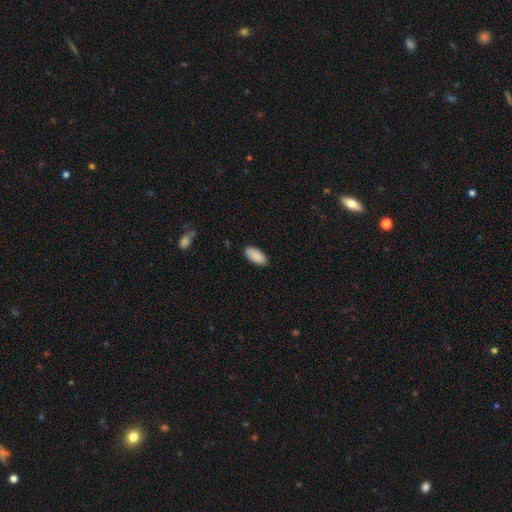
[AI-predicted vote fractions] A smooth galaxy with no disk features (90%) that is in between round and cigar-shaped (93%).

Vote fractions:
- Smooth or featured? smooth: 90% / star or artifact: 6% / featured or disk: 4%
- How rounded? in between: 93% / cigar-shaped: 5% / round: 2%
- Merging? none: 87% / minor disturbance: 10% / major disturbance: 2% / merger: 1%